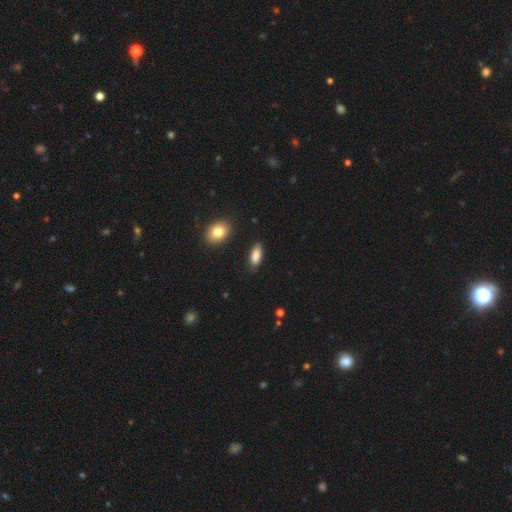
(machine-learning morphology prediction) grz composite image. It shows a smooth galaxy with no disk features (86%) that is in between round and cigar-shaped (83%). Merging: none (83%).